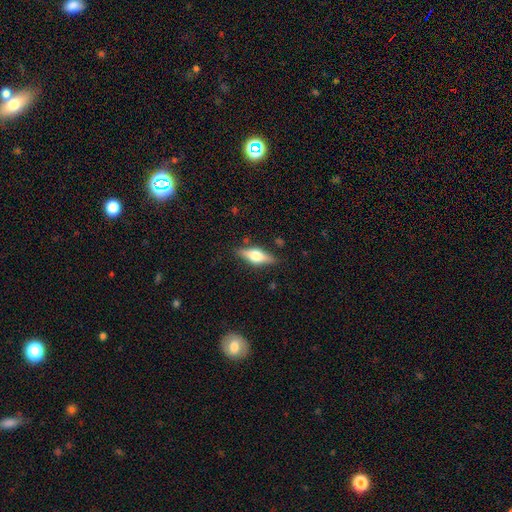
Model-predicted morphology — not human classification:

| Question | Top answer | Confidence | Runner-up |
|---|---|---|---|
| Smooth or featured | featured or disk | 54% | smooth (39%) |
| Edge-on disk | yes | 93% | no (7%) |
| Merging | none | 83% | minor disturbance (12%) |